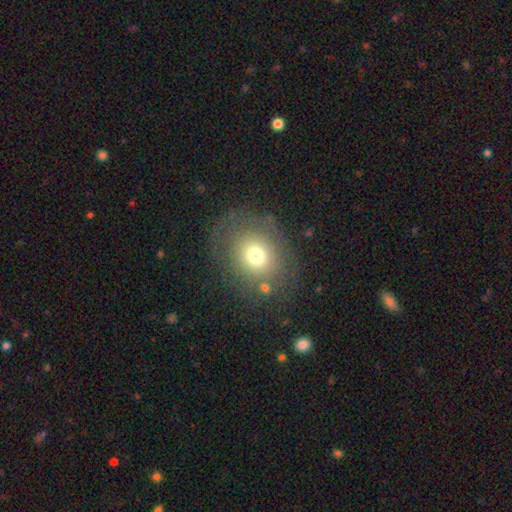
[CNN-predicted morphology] Q: Smooth or featured?
A: smooth (57%); runner-up: featured or disk (30%)
Q: How rounded?
A: round (63%); runner-up: in between (36%)
Q: Merging?
A: none (71%); runner-up: minor disturbance (15%)